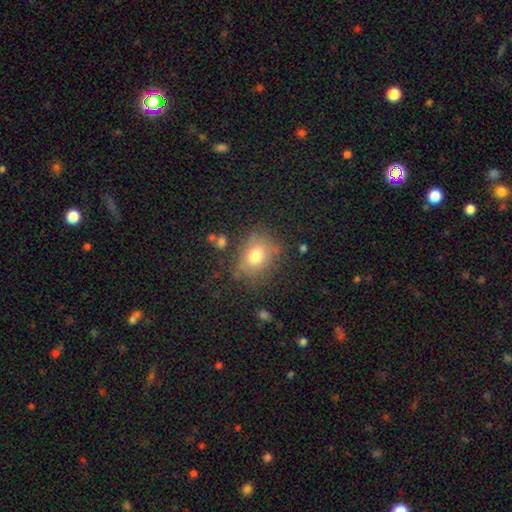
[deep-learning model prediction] smooth_or_featured: smooth (p=0.73) [alt: featured or disk p=0.15]
how_rounded: in between (p=0.51) [alt: round p=0.47]
merging: none (p=0.68) [alt: minor disturbance p=0.20]